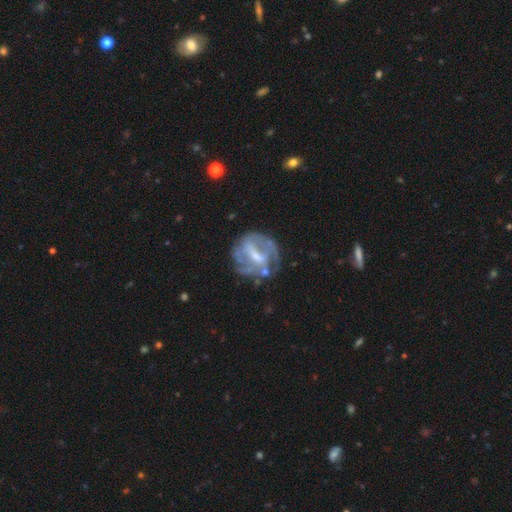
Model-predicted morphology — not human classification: Smooth or featured? Predicted: featured or disk (p=0.73). Edge-on disk? Predicted: no (p=0.96). Bar? Predicted: weak (p=0.41). Spiral arms? Predicted: yes (p=0.60). Bulge size? Predicted: moderate (p=0.41). Merging? Predicted: none (p=0.60).